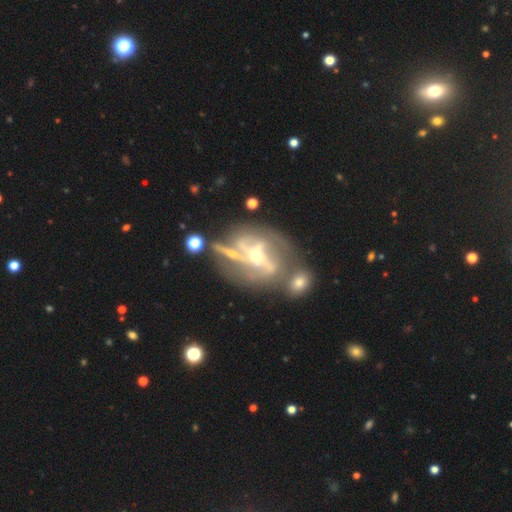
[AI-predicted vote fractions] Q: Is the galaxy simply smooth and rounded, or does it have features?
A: featured or disk — 81%.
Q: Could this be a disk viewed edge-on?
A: no — 88%.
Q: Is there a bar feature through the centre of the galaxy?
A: no — 39%.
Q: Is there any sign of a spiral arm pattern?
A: yes — 79%.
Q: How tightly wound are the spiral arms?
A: medium — 39%.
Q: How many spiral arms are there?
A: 2 — 37%.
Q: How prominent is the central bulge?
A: small — 58%.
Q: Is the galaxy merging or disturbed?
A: none — 40%.